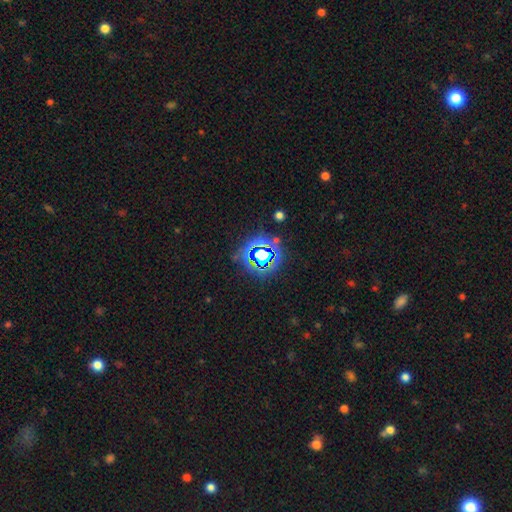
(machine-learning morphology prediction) A star or artifact, not a galaxy (77%).